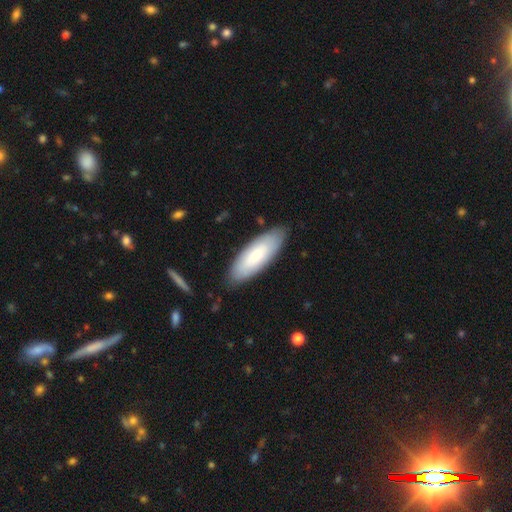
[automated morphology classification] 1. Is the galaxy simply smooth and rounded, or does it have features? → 75% smooth, 20% featured or disk, 5% star or artifact.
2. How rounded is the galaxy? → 69% in between, 30% cigar-shaped, 1% round.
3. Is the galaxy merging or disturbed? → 84% none, 12% minor disturbance, 2% major disturbance, 1% merger.